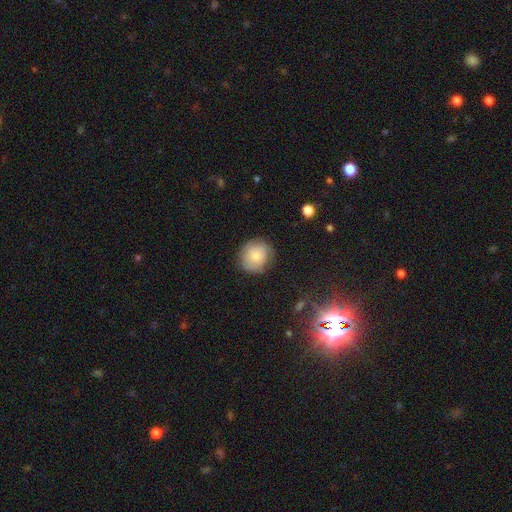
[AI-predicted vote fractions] Smooth or featured: smooth — 70% (featured or disk — 22%)
How rounded: round — 79% (in between — 20%)
Merging: none — 77% (minor disturbance — 17%)